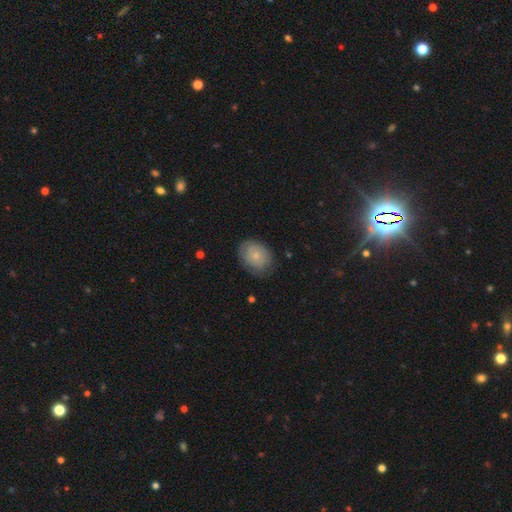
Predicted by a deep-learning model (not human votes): Q: Smooth or featured?
A: smooth (68%); runner-up: featured or disk (25%)
Q: How rounded?
A: in between (61%); runner-up: round (38%)
Q: Merging?
A: none (73%); runner-up: minor disturbance (20%)